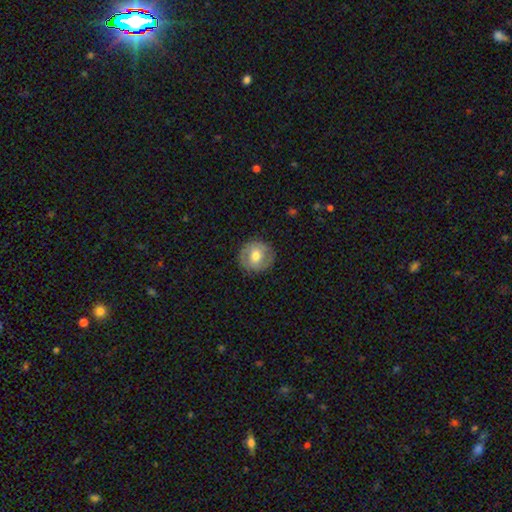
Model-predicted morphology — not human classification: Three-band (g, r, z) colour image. It shows a smooth galaxy with no disk features (55%) that is round (90%). Merging: none (85%).